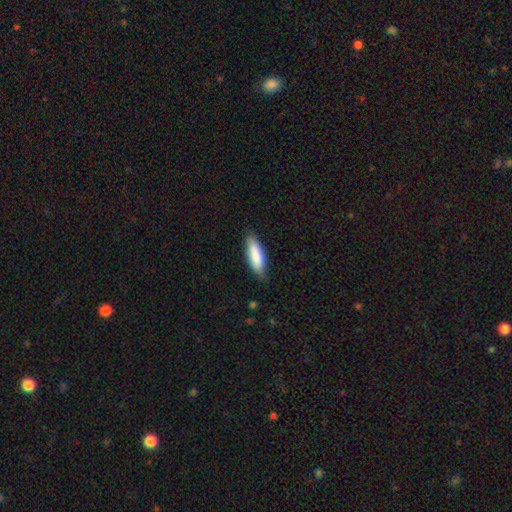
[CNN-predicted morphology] smooth_or_featured: smooth (p=0.86) [alt: featured or disk p=0.09]
how_rounded: in between (p=0.59) [alt: cigar-shaped p=0.40]
merging: none (p=0.83) [alt: minor disturbance p=0.14]